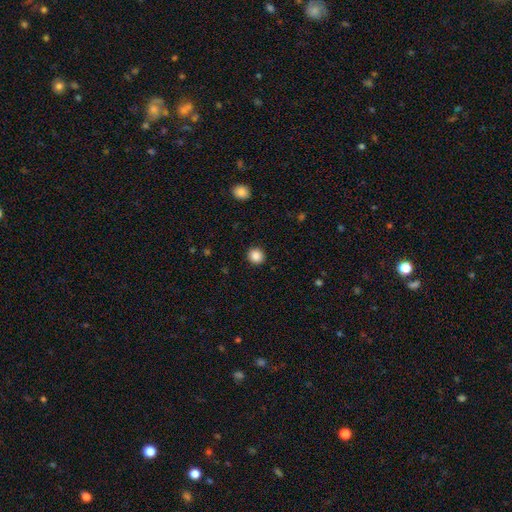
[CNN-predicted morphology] type=smooth (87%); roundness=round (87%); merging=none (92%).